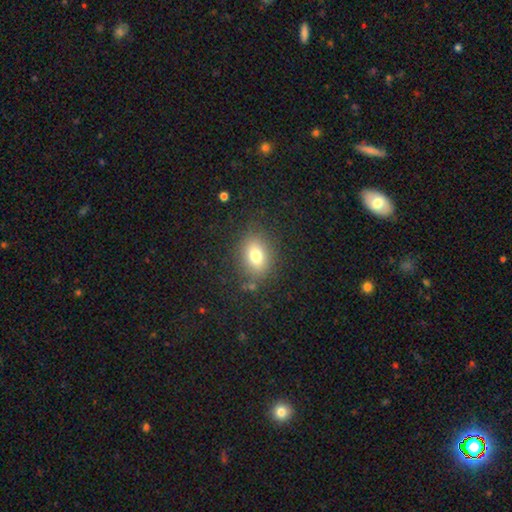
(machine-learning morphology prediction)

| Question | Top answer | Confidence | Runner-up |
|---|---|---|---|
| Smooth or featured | smooth | 75% | star or artifact (13%) |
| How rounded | in between | 59% | round (40%) |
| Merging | none | 83% | minor disturbance (11%) |